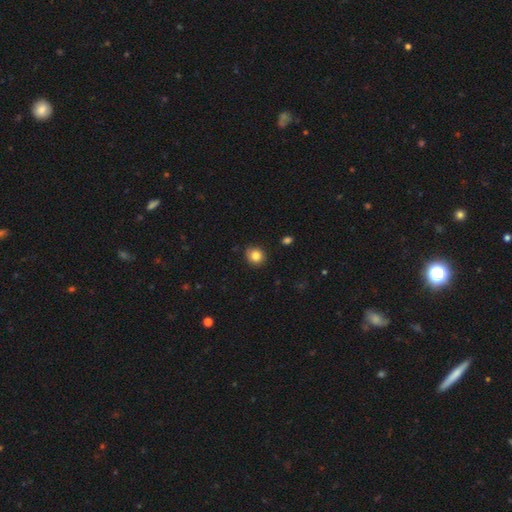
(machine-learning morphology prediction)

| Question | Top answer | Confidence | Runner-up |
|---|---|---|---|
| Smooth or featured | smooth | 83% | star or artifact (11%) |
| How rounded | round | 87% | in between (12%) |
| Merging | none | 85% | minor disturbance (12%) |